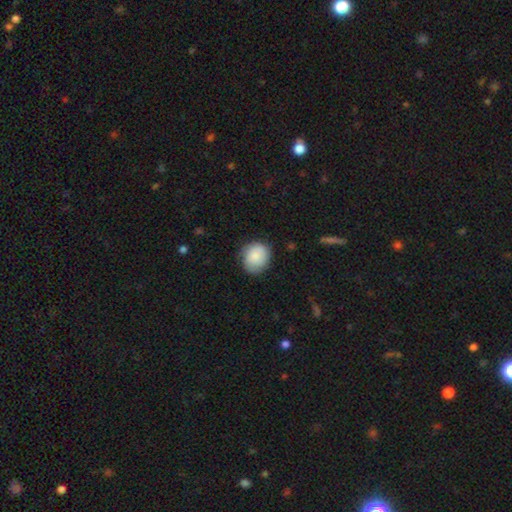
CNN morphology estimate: Smooth or featured? Predicted: smooth (p=0.84). How rounded? Predicted: round (p=0.71). Merging? Predicted: none (p=0.76).